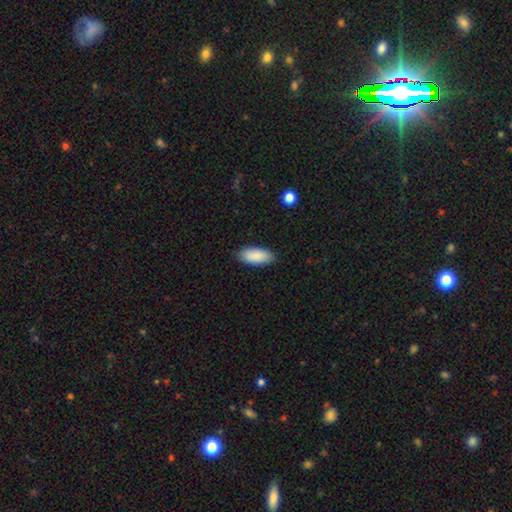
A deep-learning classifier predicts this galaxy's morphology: A smooth galaxy with no disk features (90%) that is in between round and cigar-shaped (88%). Merging: none (87%).